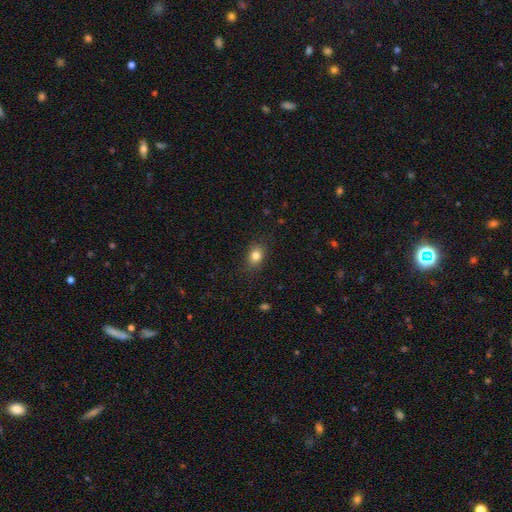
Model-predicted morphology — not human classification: type=smooth (82%); roundness=in between (61%); merging=none (83%).